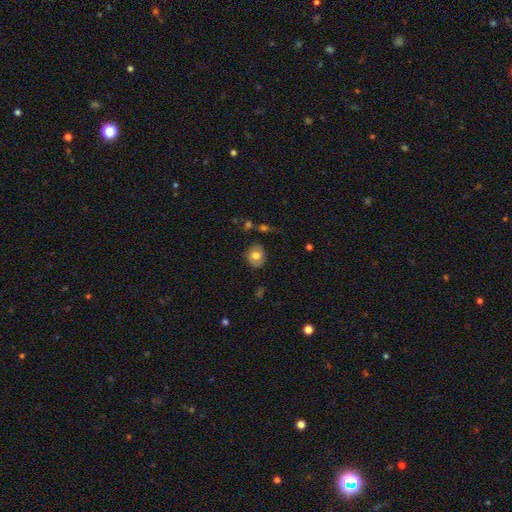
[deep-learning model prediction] A smooth galaxy with no disk features (72%) that is round (71%).

Vote fractions:
- Smooth or featured? smooth: 72% / featured or disk: 19% / star or artifact: 9%
- How rounded? round: 71% / in between: 28% / cigar-shaped: 1%
- Merging? none: 78% / minor disturbance: 15% / major disturbance: 4% / merger: 3%